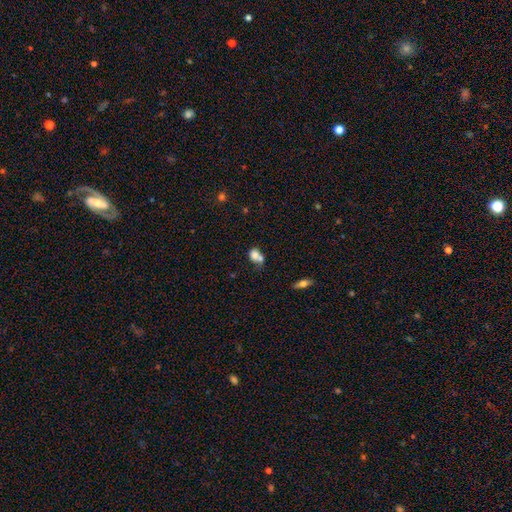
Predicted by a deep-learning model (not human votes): smooth 74%, featured or disk 15%, star or artifact 10%. Down the decision tree: how rounded — in between (52%); merging — merger (57%).